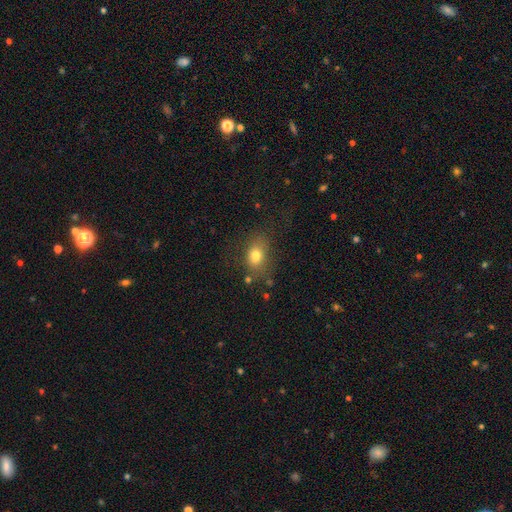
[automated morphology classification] Smooth or featured? Predicted: smooth (p=0.77). How rounded? Predicted: in between (p=0.70). Merging? Predicted: none (p=0.68).